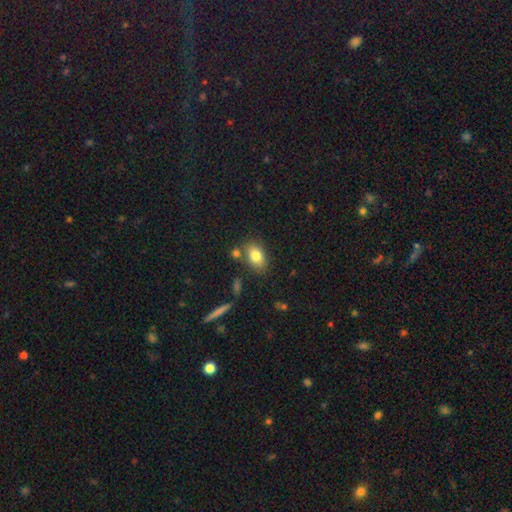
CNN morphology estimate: smooth-or-featured: smooth: 80% | featured or disk: 11% | star or artifact: 9%
  how-rounded: in between: 83% | round: 15% | cigar-shaped: 2%
  merging: none: 72% | minor disturbance: 14% | merger: 10% | major disturbance: 4%